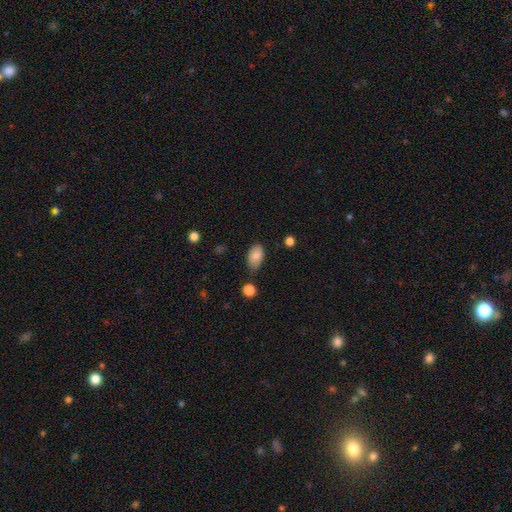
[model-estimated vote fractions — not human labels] Morphology: type=smooth (84%); roundness=in between (92%); merging=none (69%).